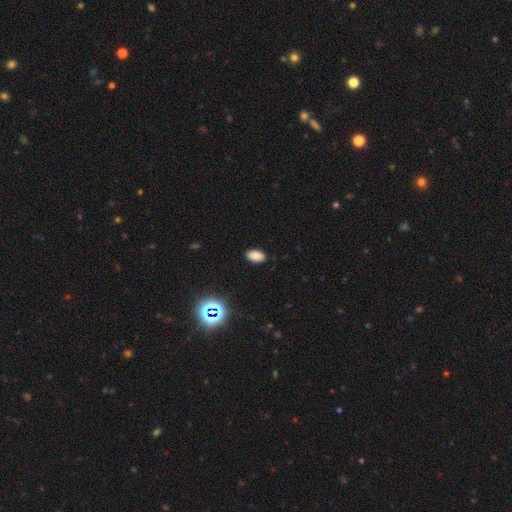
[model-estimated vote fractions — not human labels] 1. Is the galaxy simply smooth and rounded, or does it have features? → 83% smooth, 13% star or artifact, 4% featured or disk.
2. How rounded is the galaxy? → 93% in between, 5% round, 2% cigar-shaped.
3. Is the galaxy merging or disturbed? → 88% none, 8% minor disturbance, 2% major disturbance, 1% merger.